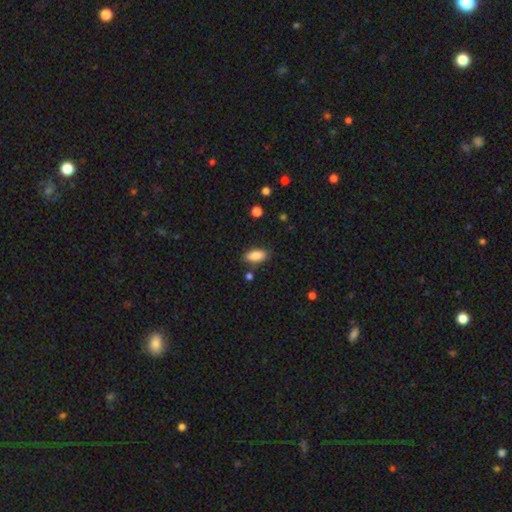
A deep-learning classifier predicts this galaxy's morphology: This appears to be a smooth galaxy with no disk features (88%) that is in between round and cigar-shaped (90%). Merging: none (80%).